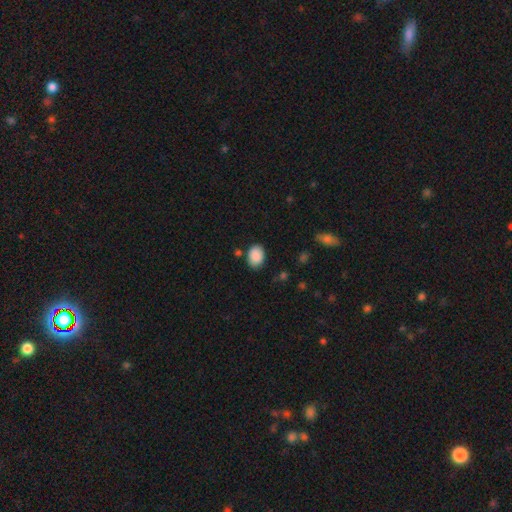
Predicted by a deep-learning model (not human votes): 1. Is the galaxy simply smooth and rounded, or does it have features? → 89% smooth, 7% star or artifact, 3% featured or disk.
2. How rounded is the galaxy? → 74% in between, 25% round, 1% cigar-shaped.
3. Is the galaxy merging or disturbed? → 79% none, 14% minor disturbance, 3% major disturbance, 3% merger.